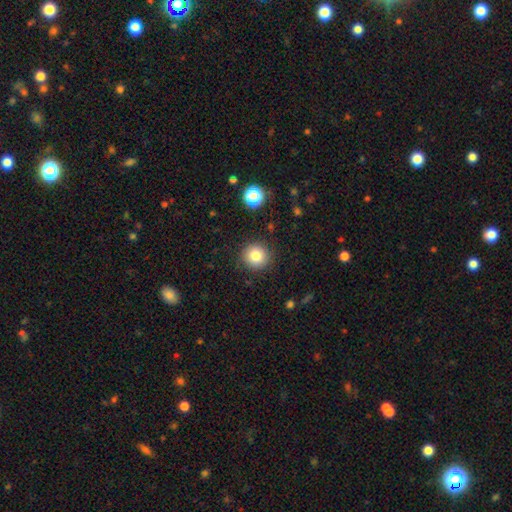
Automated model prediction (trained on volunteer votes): smooth 80%, star or artifact 12%, featured or disk 8%. Down the decision tree: how rounded — round (94%); merging — none (89%).